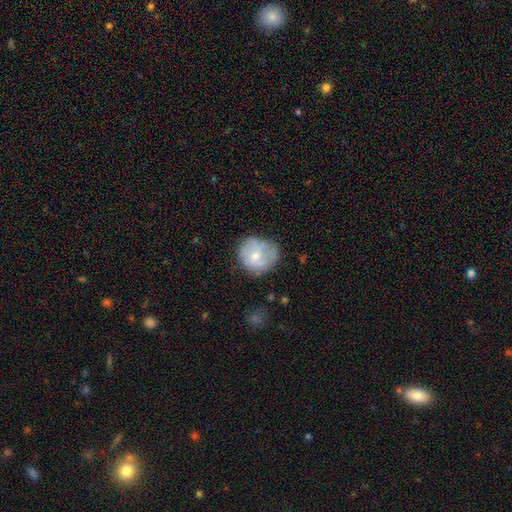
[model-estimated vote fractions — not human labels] Smooth or featured? smooth (60%)
How rounded? round (79%)
Merging? none (58%)